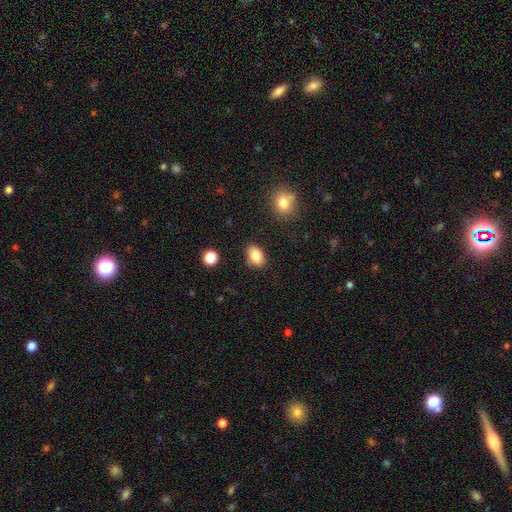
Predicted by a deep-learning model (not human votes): smooth 85%, star or artifact 9%, featured or disk 7%. Down the decision tree: how rounded — in between (85%); merging — none (81%).